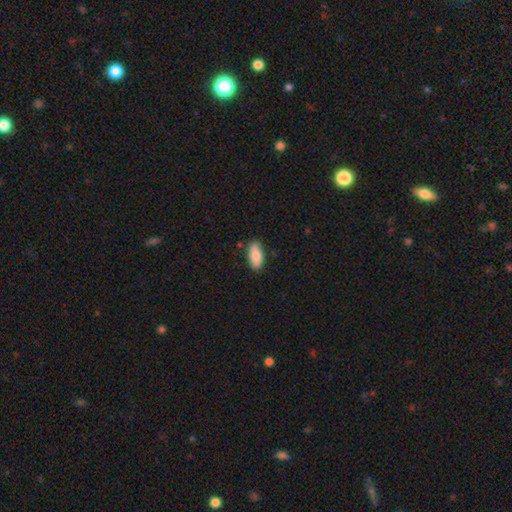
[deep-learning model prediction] Smooth or featured?
  - smooth: 84% *
  - featured or disk: 10%
  - star or artifact: 6%
How rounded?
  - in between: 86% *
  - cigar-shaped: 11%
  - round: 2%
Merging?
  - none: 82% *
  - minor disturbance: 14%
  - major disturbance: 2%
  - merger: 2%